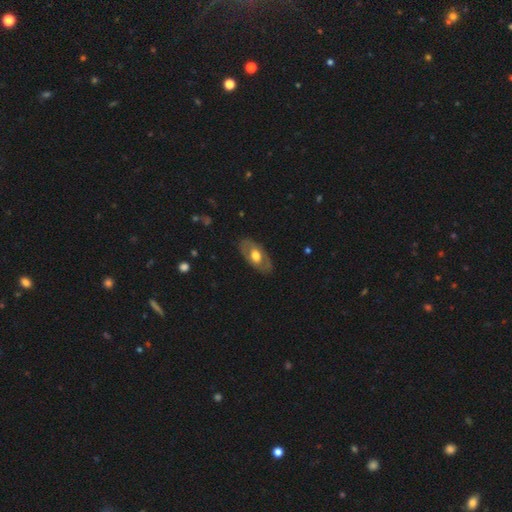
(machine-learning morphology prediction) Overall: featured or disk (50%; smooth 45%). Merging: none (82%).